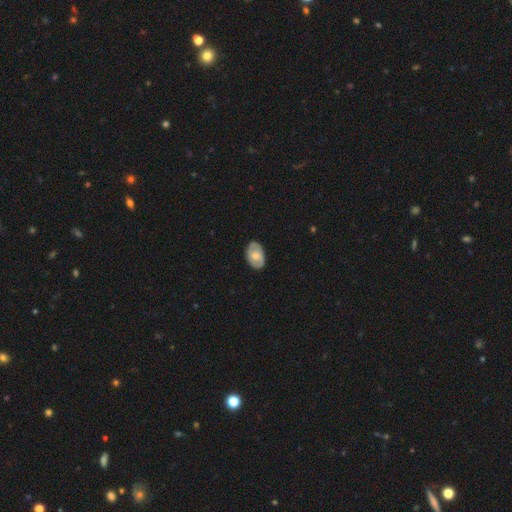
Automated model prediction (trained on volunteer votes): smooth 47% (tied), featured or disk 47% (tied), star or artifact 6%. Down the decision tree: merging — none (84%).